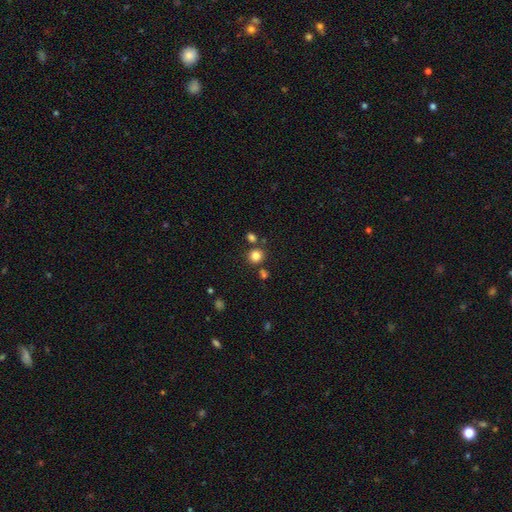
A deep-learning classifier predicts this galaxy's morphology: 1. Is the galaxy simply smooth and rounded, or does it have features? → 82% smooth, 13% star or artifact, 5% featured or disk.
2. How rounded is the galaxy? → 86% round, 13% in between, 1% cigar-shaped.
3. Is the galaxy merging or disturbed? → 79% none, 10% merger, 8% minor disturbance, 3% major disturbance.